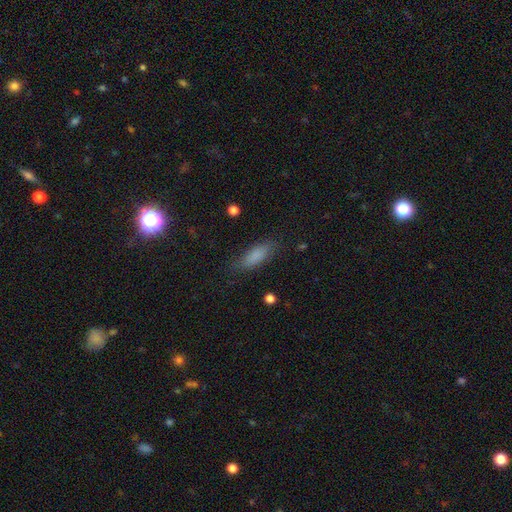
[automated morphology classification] Smooth or featured: smooth — 83% (featured or disk — 9%)
How rounded: in between — 64% (cigar-shaped — 34%)
Merging: none — 78% (minor disturbance — 16%)